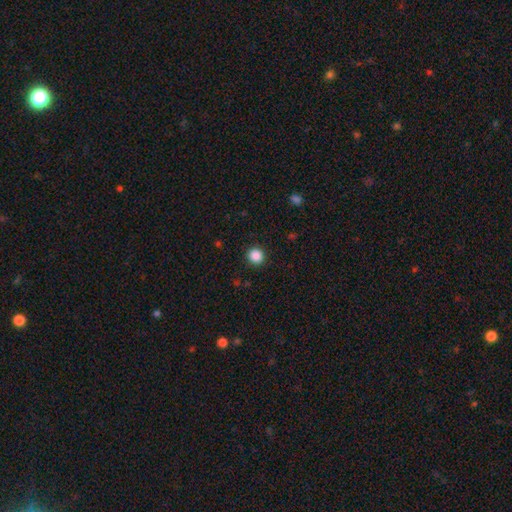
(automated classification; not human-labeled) Smooth or featured? Predicted: smooth (p=0.87). How rounded? Predicted: round (p=0.92). Merging? Predicted: none (p=0.92).